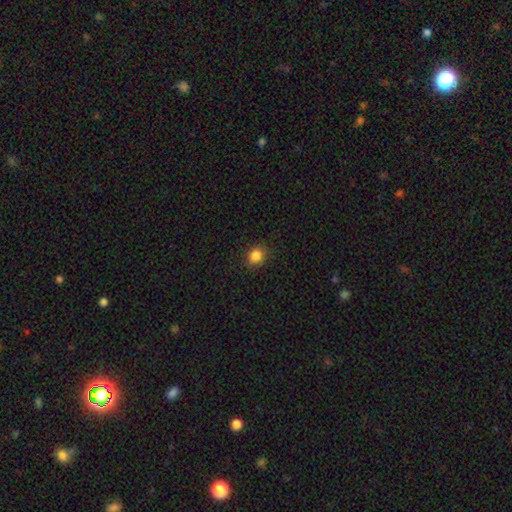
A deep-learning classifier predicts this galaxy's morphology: A smooth galaxy with no disk features (85%) that is round (68%).

Vote fractions:
- Smooth or featured? smooth: 85% / star or artifact: 11% / featured or disk: 4%
- How rounded? round: 68% / in between: 31% / cigar-shaped: 1%
- Merging? none: 87% / minor disturbance: 10% / major disturbance: 3% / merger: 1%